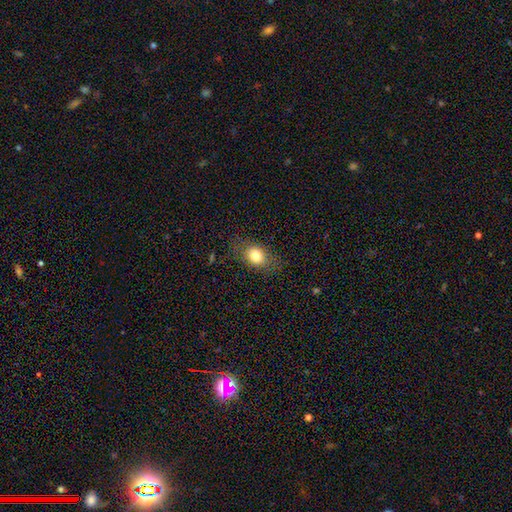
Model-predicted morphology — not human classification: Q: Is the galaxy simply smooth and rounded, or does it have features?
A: smooth — 79%.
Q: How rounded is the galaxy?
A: in between — 64%.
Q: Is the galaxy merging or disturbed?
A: none — 76%.